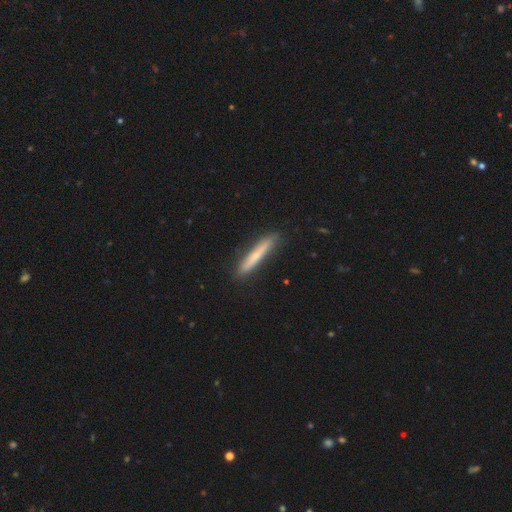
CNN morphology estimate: smooth_or_featured: smooth (p=0.59) [alt: featured or disk p=0.35]
how_rounded: cigar-shaped (p=0.95) [alt: in between p=0.04]
merging: none (p=0.88) [alt: minor disturbance p=0.09]